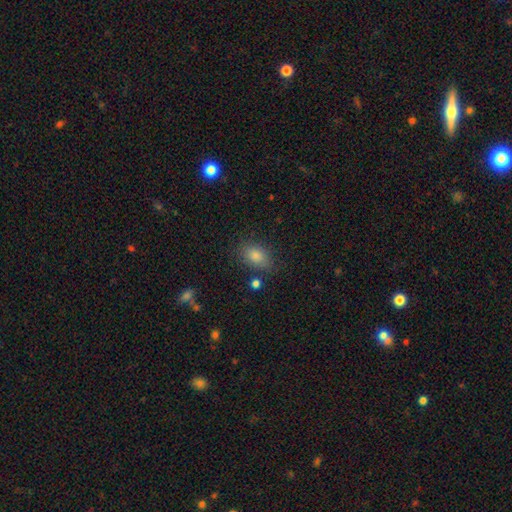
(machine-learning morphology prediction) type=smooth (81%); roundness=in between (80%); merging=none (81%).